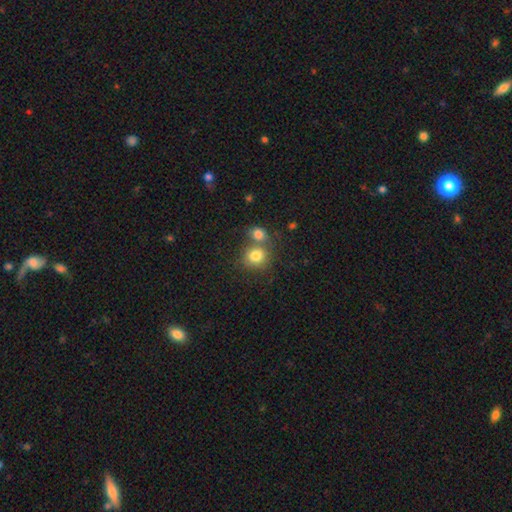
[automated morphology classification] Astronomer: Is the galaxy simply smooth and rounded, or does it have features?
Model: smooth — 81%.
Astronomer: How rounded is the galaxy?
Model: round — 79%.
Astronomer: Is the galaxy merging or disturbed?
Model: none — 48% (runner-up: merger, 40%).